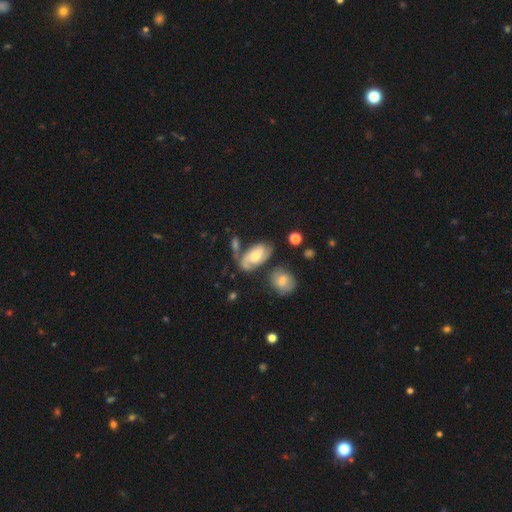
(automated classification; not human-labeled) Morphology: type=featured or disk (63%); edge-on=no (94%); bar=no (49%); spiral arms=yes (87%); winding=tight (44%); arm count=2 (67%); bulge=moderate (63%); merging=none (52%).